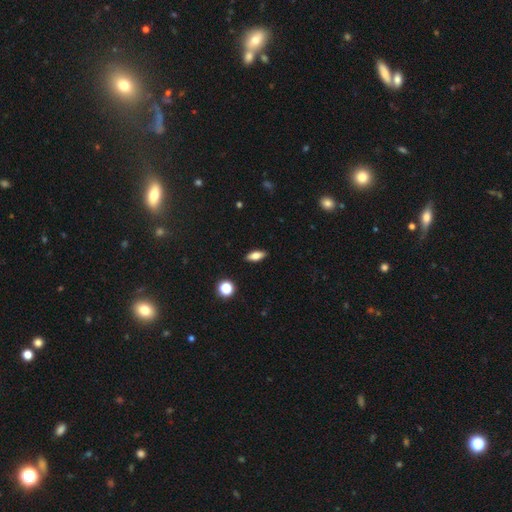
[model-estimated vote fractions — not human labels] Q: Smooth or featured?
A: smooth (74%); runner-up: featured or disk (17%)
Q: How rounded?
A: in between (77%); runner-up: cigar-shaped (19%)
Q: Merging?
A: none (89%); runner-up: minor disturbance (8%)